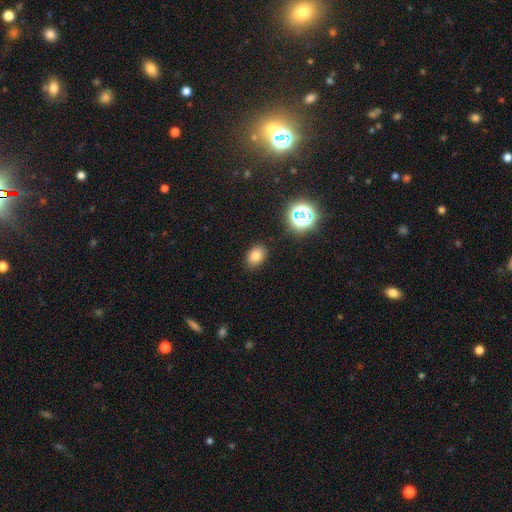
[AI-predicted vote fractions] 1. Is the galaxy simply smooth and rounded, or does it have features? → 77% smooth, 15% star or artifact, 8% featured or disk.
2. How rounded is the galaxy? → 71% in between, 28% round, 1% cigar-shaped.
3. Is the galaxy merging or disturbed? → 85% none, 10% minor disturbance, 3% major disturbance, 2% merger.